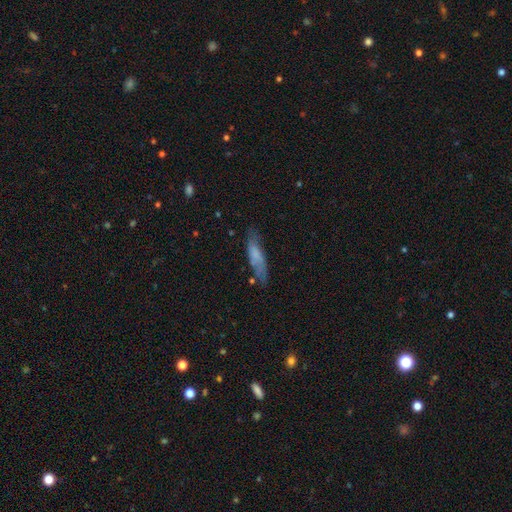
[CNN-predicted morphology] Smooth or featured? Predicted: smooth (p=0.60). How rounded? Predicted: cigar-shaped (p=0.66). Merging? Predicted: none (p=0.61).